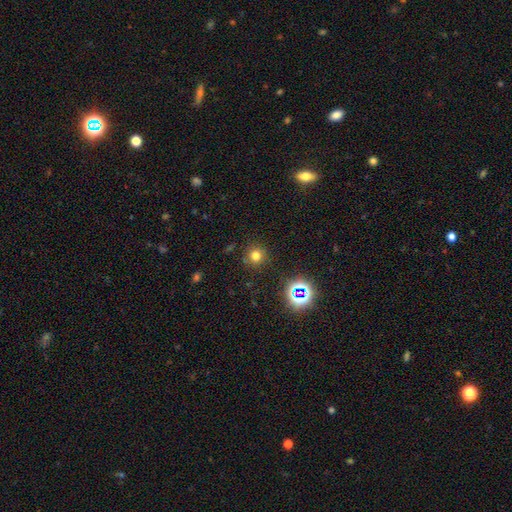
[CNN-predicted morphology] smooth-or-featured: smooth: 71% | star or artifact: 22% | featured or disk: 7%
  how-rounded: round: 92% | in between: 7% | cigar-shaped: 1%
  merging: none: 86% | minor disturbance: 8% | major disturbance: 3% | merger: 2%